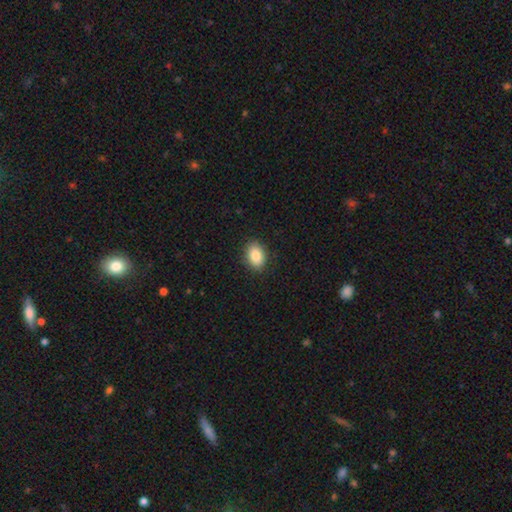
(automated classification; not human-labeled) Q: Smooth or featured?
A: smooth (86%); runner-up: star or artifact (8%)
Q: How rounded?
A: in between (81%); runner-up: round (18%)
Q: Merging?
A: none (89%); runner-up: minor disturbance (8%)